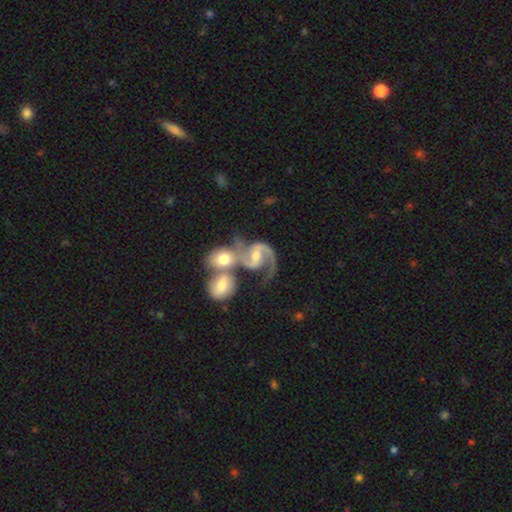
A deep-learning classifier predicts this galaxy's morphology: featured or disk 71%, smooth 15%, star or artifact 13%. Down the decision tree: edge-on disk — no (96%); bar — no (54%); spiral arms — yes (80%); spiral arm count — 2 (65%); spiral winding — medium (41%); bulge size — moderate (45%); merging — merger (63%).